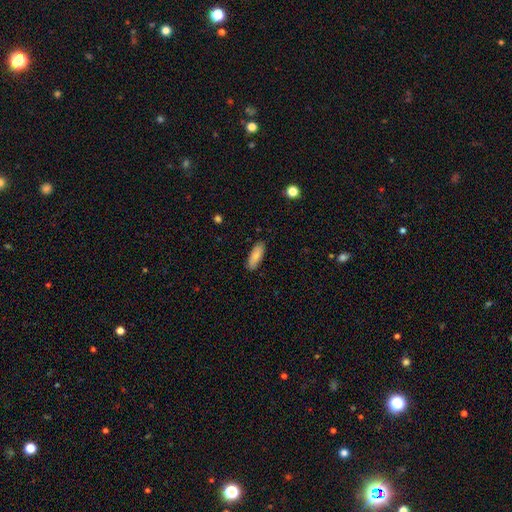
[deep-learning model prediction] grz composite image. It shows a smooth galaxy with no disk features (84%) that is in between round and cigar-shaped (66%). Merging: none (87%).